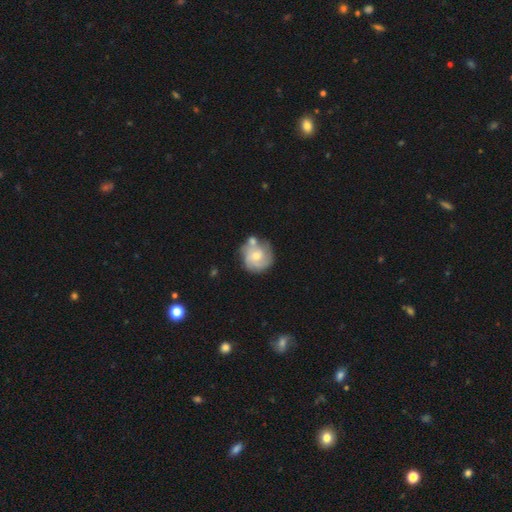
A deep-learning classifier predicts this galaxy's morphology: Smooth or featured?
  - featured or disk: 63% *
  - smooth: 31%
  - star or artifact: 6%
Edge-on disk?
  - no: 98% *
  - yes: 2%
Bar?
  - no: 68% *
  - weak: 28%
  - strong: 4%
Spiral arms?
  - yes: 84% *
  - no: 16%
Spiral winding?
  - tight: 56% *
  - medium: 33%
  - loose: 11%
Spiral arm count?
  - can't tell: 31% *
  - 3: 30%
  - 2: 24%
  - 4: 7%
  - 1: 5%
  - more than 4: 3%
Bulge size?
  - moderate: 60% *
  - small: 34%
  - large: 3%
  - none: 2%
  - dominant: 1%
Merging?
  - none: 55% *
  - merger: 20%
  - minor disturbance: 18%
  - major disturbance: 6%